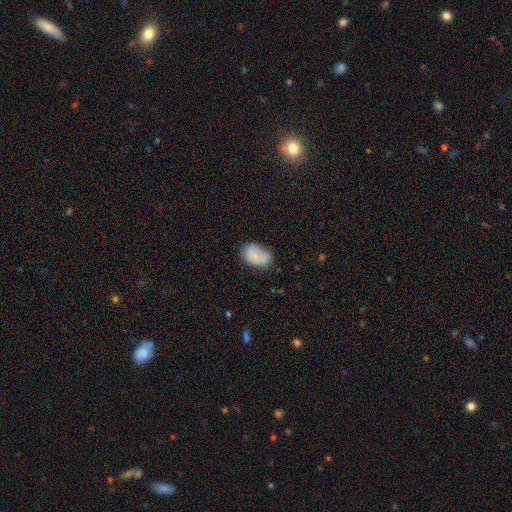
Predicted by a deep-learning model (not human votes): Smooth or featured?
  - smooth: 79% *
  - featured or disk: 12%
  - star or artifact: 8%
How rounded?
  - in between: 86% *
  - round: 13%
  - cigar-shaped: 1%
Merging?
  - none: 60% *
  - minor disturbance: 28%
  - major disturbance: 8%
  - merger: 4%